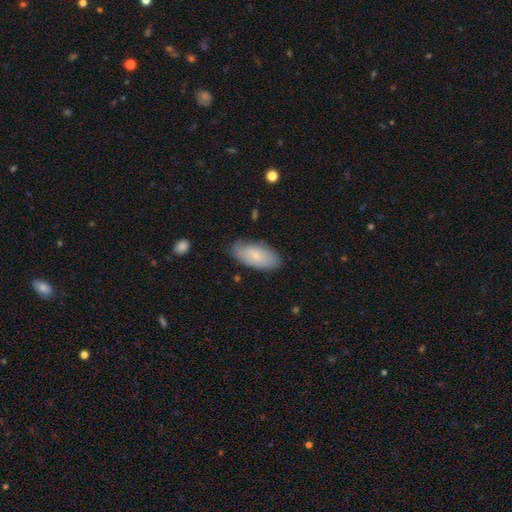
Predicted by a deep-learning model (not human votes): A smooth galaxy with no disk features (67%) that is in between round and cigar-shaped (92%).

Vote fractions:
- Smooth or featured? smooth: 67% / featured or disk: 27% / star or artifact: 6%
- How rounded? in between: 92% / cigar-shaped: 5% / round: 2%
- Merging? none: 74% / minor disturbance: 21% / major disturbance: 4% / merger: 1%